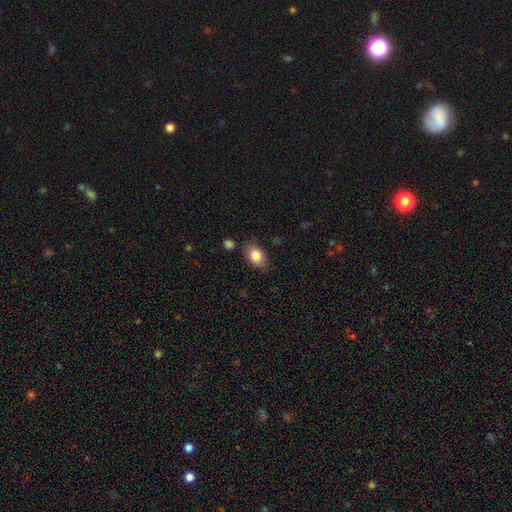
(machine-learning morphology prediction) smooth_or_featured: smooth (p=0.84) [alt: featured or disk p=0.09]
how_rounded: in between (p=0.84) [alt: round p=0.15]
merging: none (p=0.80) [alt: minor disturbance p=0.14]